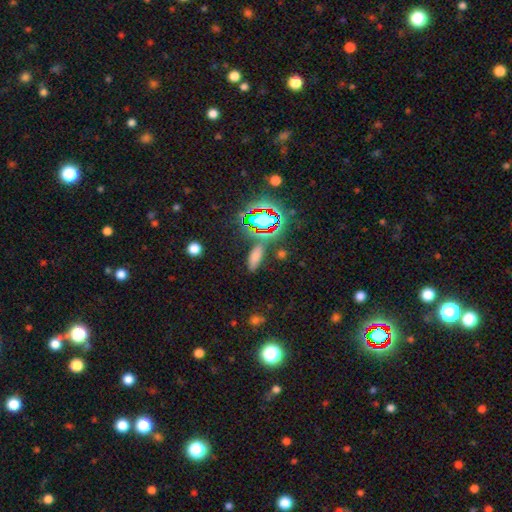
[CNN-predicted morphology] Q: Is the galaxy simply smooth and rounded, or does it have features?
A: smooth — 67%.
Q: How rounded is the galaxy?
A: in between — 62%.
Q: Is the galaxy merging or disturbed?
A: none — 76%.